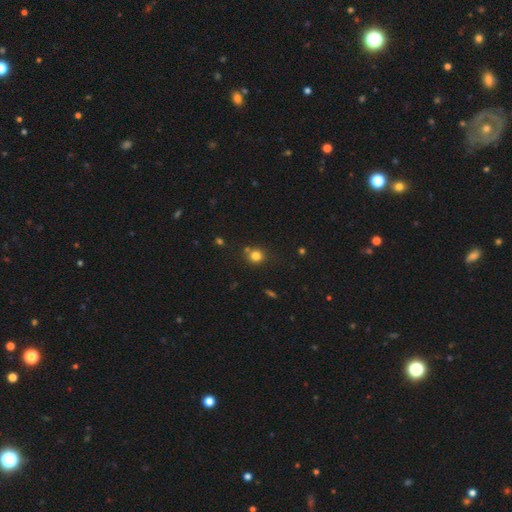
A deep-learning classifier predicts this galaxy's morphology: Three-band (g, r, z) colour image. It shows a smooth galaxy with no disk features (79%) that is round (84%). Merging: none (72%).